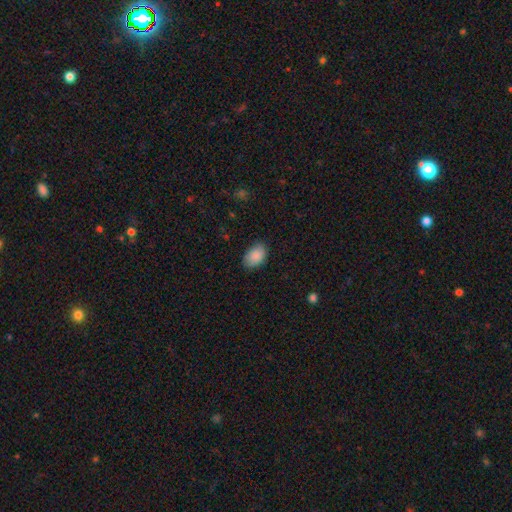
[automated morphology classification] Smooth or featured? smooth (89%)
How rounded? in between (89%)
Merging? none (82%)